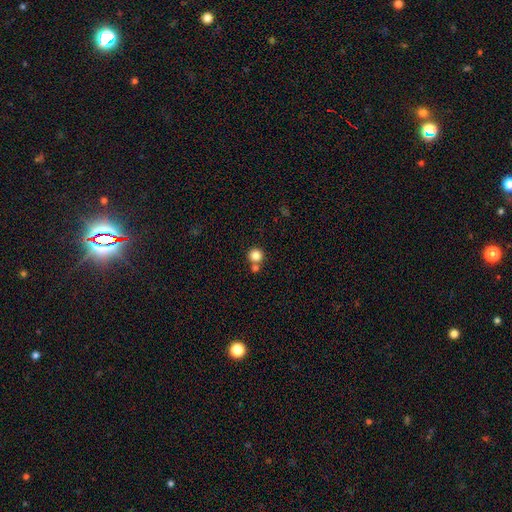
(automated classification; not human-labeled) A smooth galaxy with no disk features (84%) that is round (93%). Merging: none (62%).